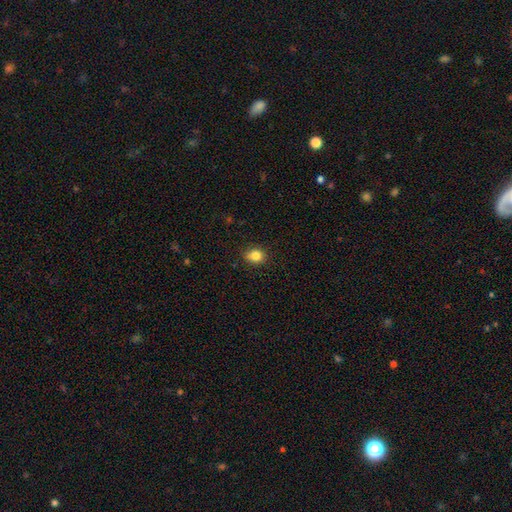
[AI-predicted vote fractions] smooth 83%, star or artifact 11%, featured or disk 6%. Down the decision tree: how rounded — round (59%); merging — none (85%).